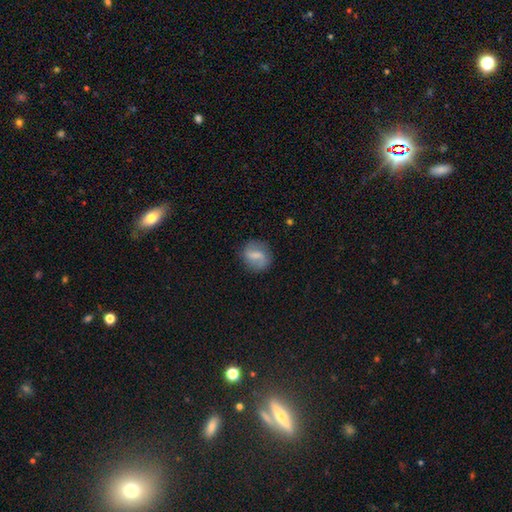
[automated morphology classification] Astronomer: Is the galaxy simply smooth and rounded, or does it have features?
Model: featured or disk — 53% (runner-up: smooth, 40%).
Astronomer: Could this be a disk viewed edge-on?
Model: no — 96%.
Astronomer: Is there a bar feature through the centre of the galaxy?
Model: weak — 48% (runner-up: strong, 35%).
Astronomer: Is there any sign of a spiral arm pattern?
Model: yes — 79%.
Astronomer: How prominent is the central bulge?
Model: small — 33% (runner-up: moderate, 31%).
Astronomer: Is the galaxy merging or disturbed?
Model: none — 79%.